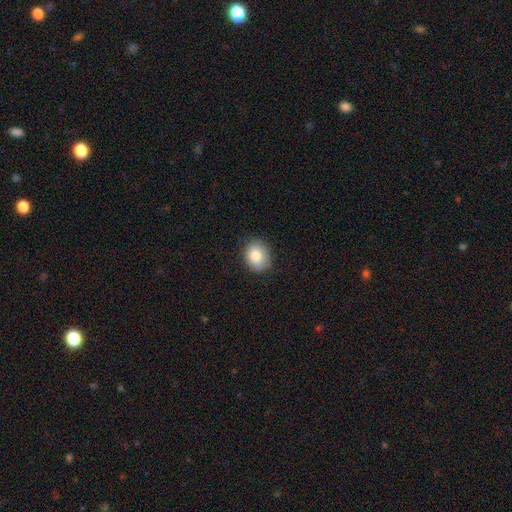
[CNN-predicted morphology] Smooth or featured: smooth — 83% (featured or disk — 9%)
How rounded: in between — 52% (round — 47%)
Merging: none — 83% (minor disturbance — 14%)